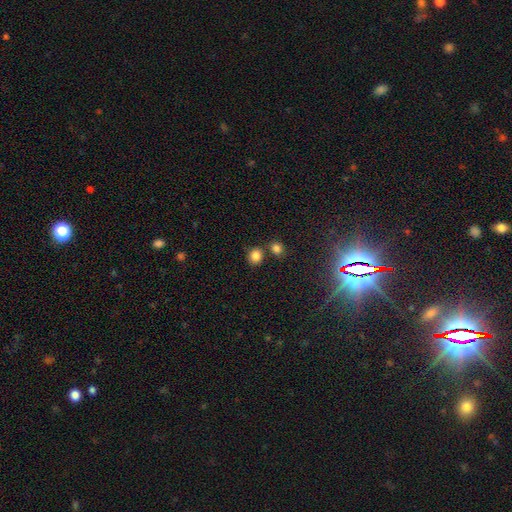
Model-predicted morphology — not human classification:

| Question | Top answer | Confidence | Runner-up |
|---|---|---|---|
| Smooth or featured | smooth | 83% | star or artifact (12%) |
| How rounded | round | 71% | in between (28%) |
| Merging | none | 70% | merger (18%) |